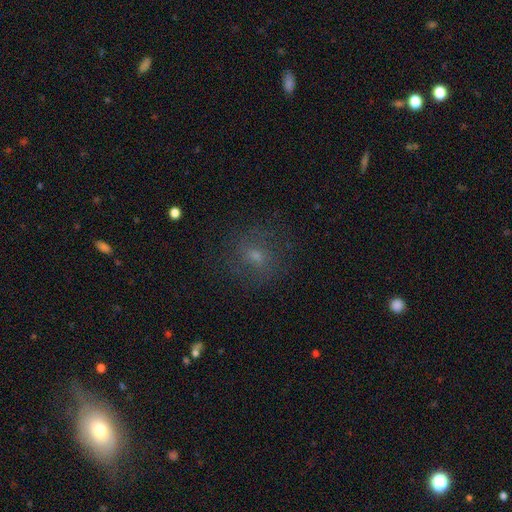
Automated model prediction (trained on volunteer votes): smooth_or_featured: smooth (p=0.49) [alt: featured or disk p=0.31]
merging: none (p=0.74) [alt: minor disturbance p=0.14]